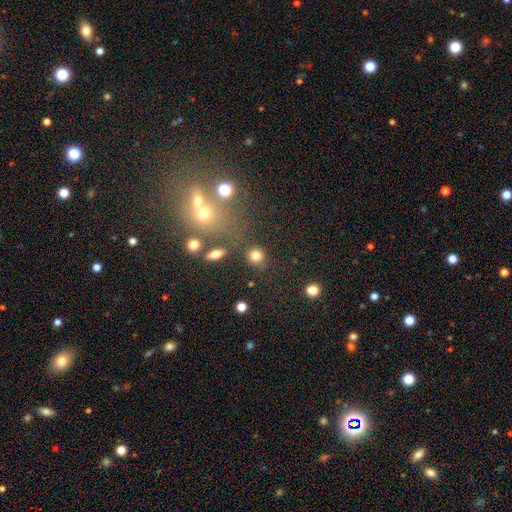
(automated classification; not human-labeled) Smooth or featured: smooth — 79% (star or artifact — 13%)
How rounded: round — 85% (in between — 14%)
Merging: none — 76% (minor disturbance — 11%)